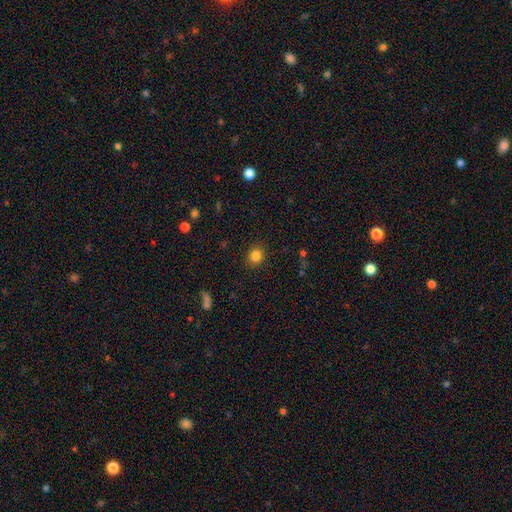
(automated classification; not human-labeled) smooth 83%, star or artifact 12%, featured or disk 5%. Down the decision tree: how rounded — round (76%); merging — none (89%).